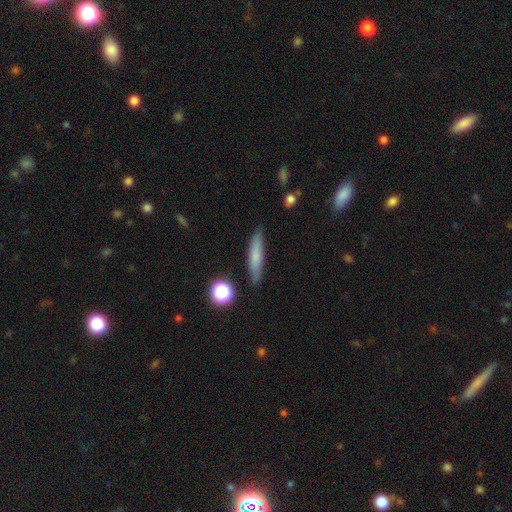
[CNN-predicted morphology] Smooth or featured? smooth (70%)
How rounded? cigar-shaped (86%)
Merging? none (85%)